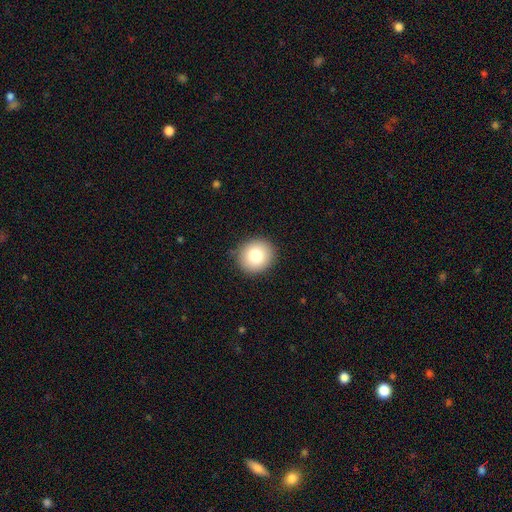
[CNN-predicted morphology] Q: Smooth or featured?
A: smooth (80%); runner-up: featured or disk (10%)
Q: How rounded?
A: round (84%); runner-up: in between (15%)
Q: Merging?
A: none (89%); runner-up: minor disturbance (8%)